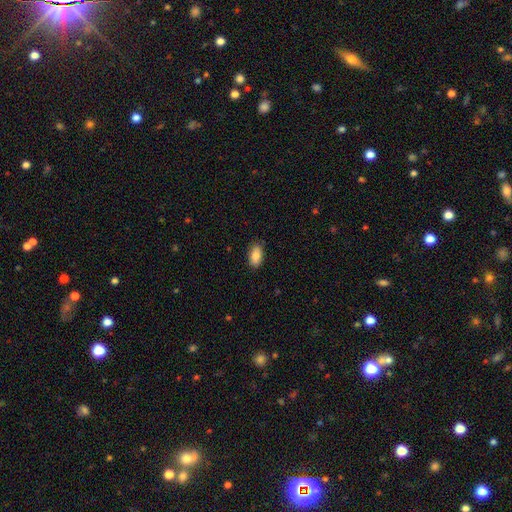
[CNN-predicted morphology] Smooth or featured?
  - smooth: 86% *
  - star or artifact: 7%
  - featured or disk: 7%
How rounded?
  - in between: 93% *
  - cigar-shaped: 4%
  - round: 4%
Merging?
  - none: 87% *
  - minor disturbance: 10%
  - major disturbance: 2%
  - merger: 1%